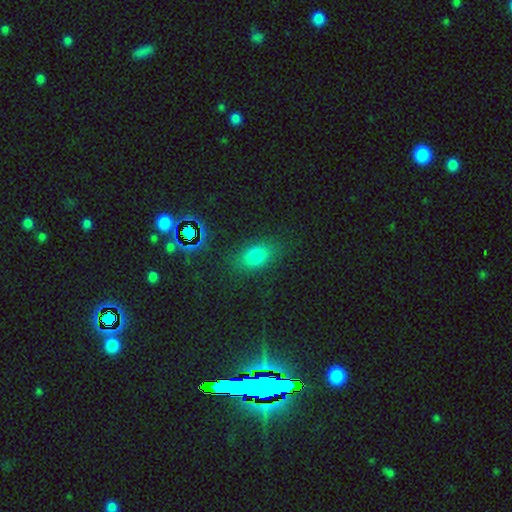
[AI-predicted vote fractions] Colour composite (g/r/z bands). It shows a smooth galaxy with no disk features (73%) that is in between round and cigar-shaped (77%). Merging: none (81%).